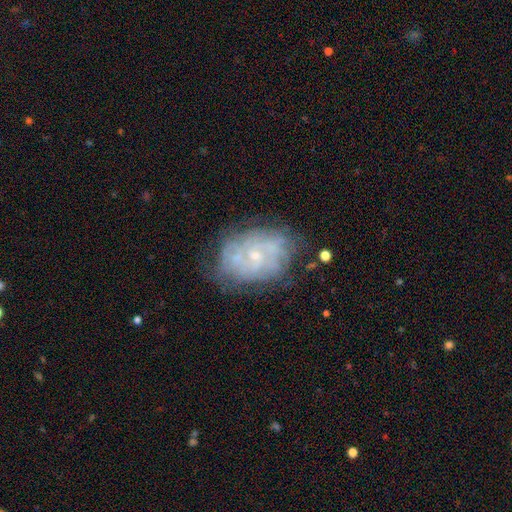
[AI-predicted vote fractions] A featured or disk galaxy (71%) with no bar (79%), spiral arms (73%) and a small central bulge (78%). Merging: none (65%).